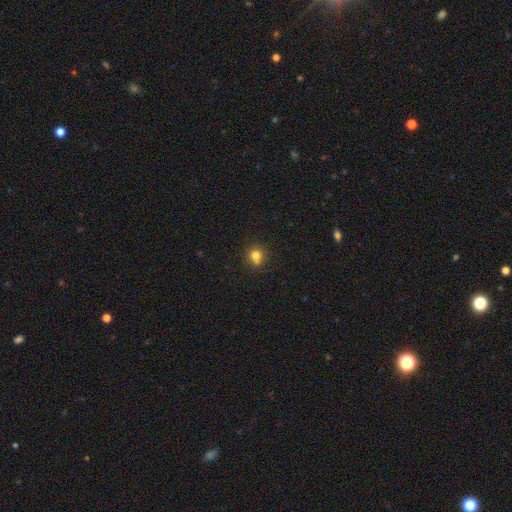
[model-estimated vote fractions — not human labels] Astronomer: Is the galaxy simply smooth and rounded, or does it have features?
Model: smooth — 78%.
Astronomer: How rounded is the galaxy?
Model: round — 85%.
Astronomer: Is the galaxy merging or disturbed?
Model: none — 68%.